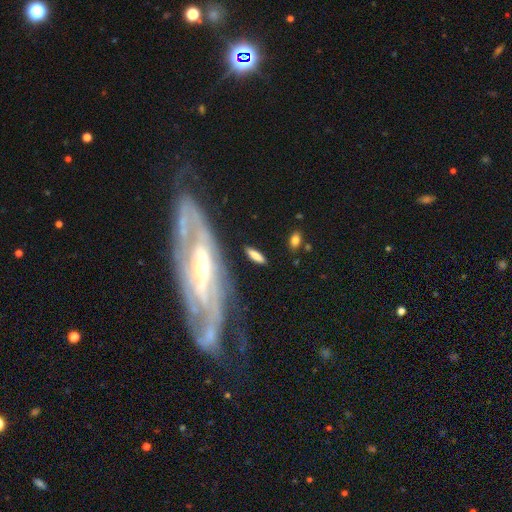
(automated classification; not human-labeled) Smooth or featured? smooth (66%)
How rounded? in between (57%)
Merging? none (78%)